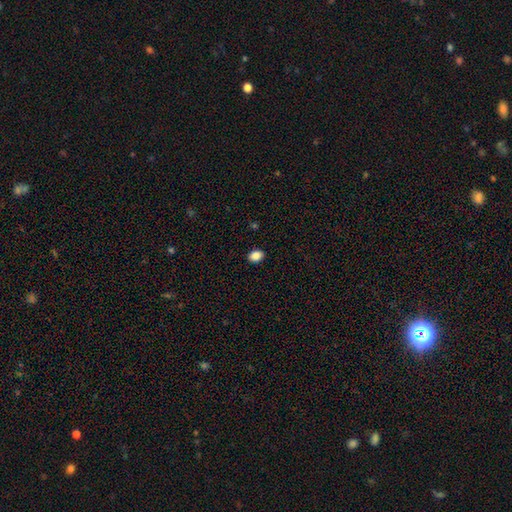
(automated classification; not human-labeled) The model was most divided on "how rounded": in between: 65%, round: 34%, cigar-shaped: 1%. More confident: merging — none (90%); smooth or featured — smooth (87%).